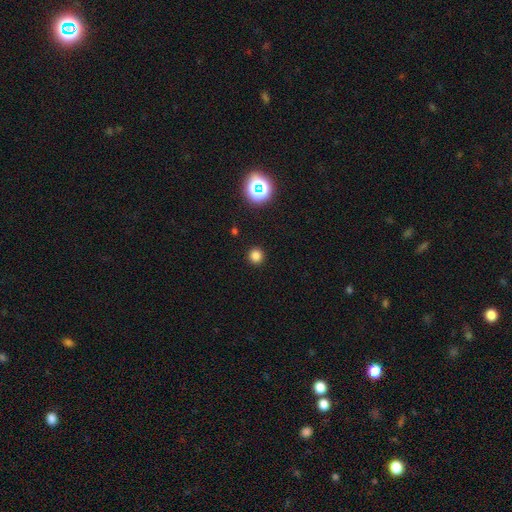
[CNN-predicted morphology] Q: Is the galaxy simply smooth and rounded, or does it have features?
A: smooth — 79%.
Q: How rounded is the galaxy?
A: round — 94%.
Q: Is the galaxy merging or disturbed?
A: none — 92%.